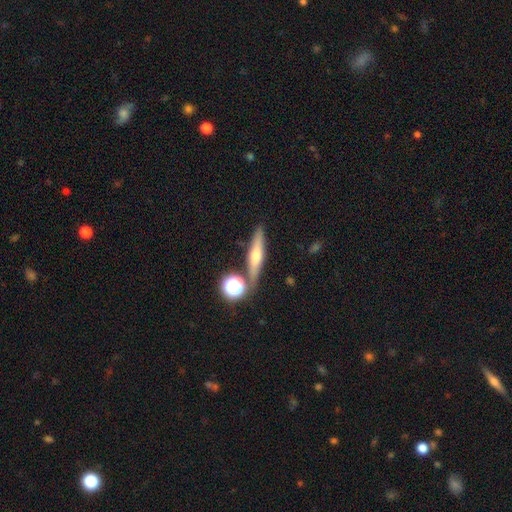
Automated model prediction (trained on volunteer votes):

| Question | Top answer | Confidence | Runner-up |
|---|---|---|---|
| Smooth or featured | featured or disk | 52% | smooth (35%) |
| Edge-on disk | yes | 92% | no (8%) |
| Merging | none | 80% | minor disturbance (9%) |